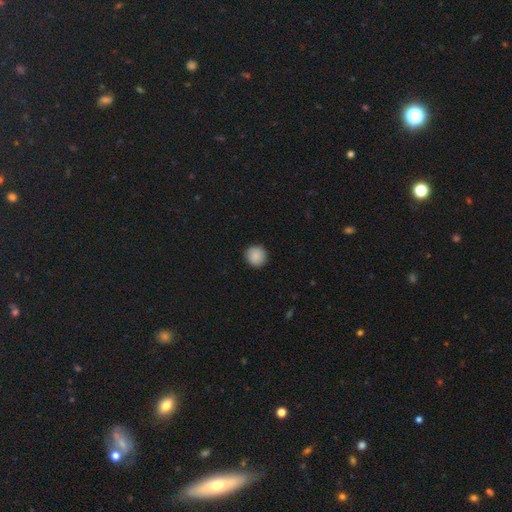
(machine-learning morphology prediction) This appears to be a smooth galaxy with no disk features (89%) that is round (94%). Merging: none (92%).